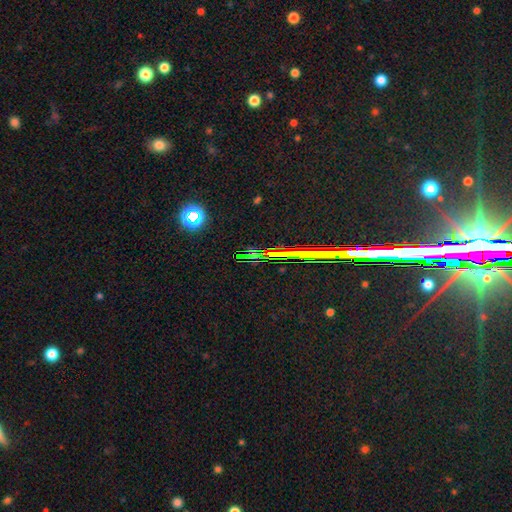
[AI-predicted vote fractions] Smooth or featured: star or artifact — 74% (smooth — 15%)